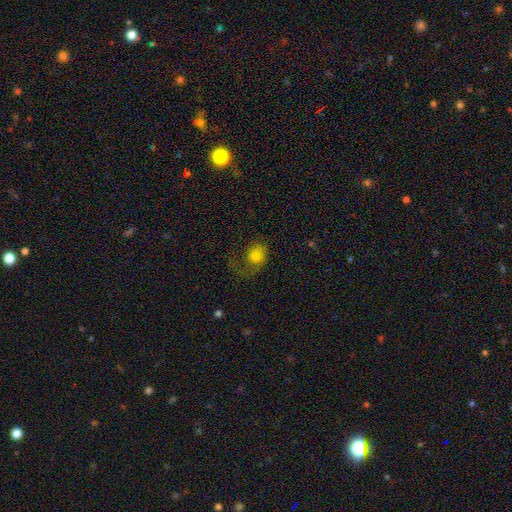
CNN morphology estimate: A smooth galaxy with no disk features (69%) that is round (56%). Merging: major disturbance (47%).